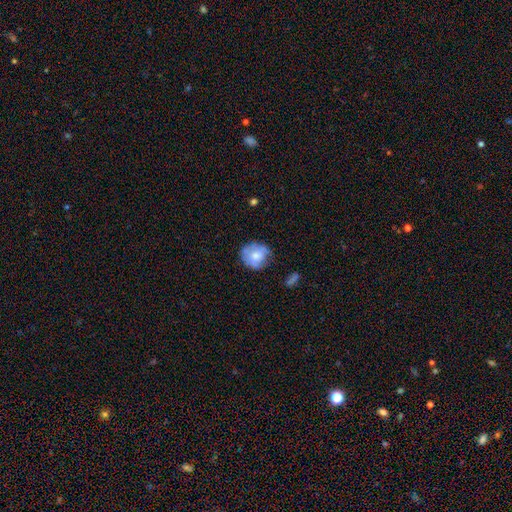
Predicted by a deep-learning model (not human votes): Smooth or featured? Predicted: smooth (p=0.63). How rounded? Predicted: round (p=0.77). Merging? Predicted: none (p=0.58).